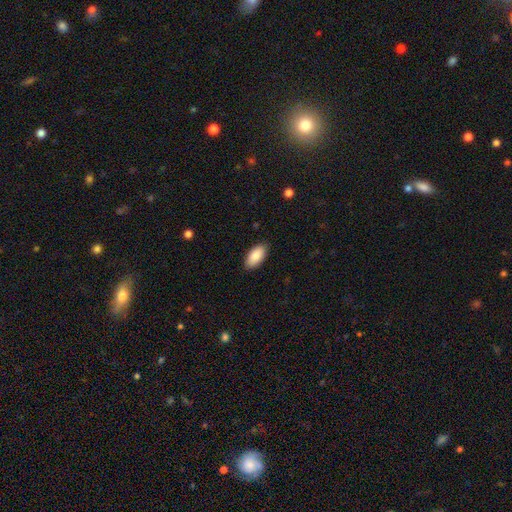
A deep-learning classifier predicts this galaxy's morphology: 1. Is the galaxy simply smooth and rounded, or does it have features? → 88% smooth, 6% star or artifact, 6% featured or disk.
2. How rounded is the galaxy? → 94% in between, 4% cigar-shaped, 2% round.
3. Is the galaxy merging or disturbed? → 87% none, 10% minor disturbance, 2% major disturbance, 1% merger.